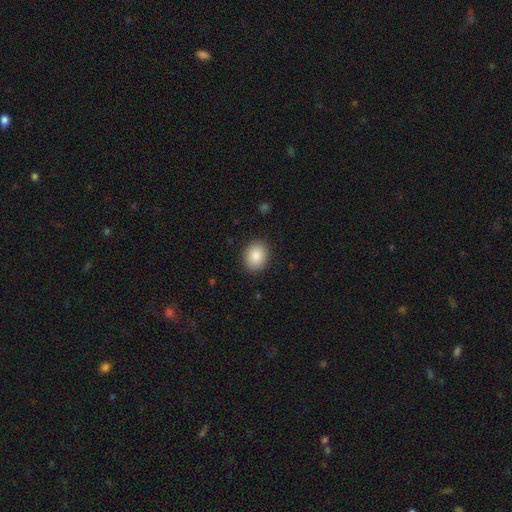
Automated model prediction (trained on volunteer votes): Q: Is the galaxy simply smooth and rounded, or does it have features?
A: smooth — 87%.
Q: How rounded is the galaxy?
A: round — 53%.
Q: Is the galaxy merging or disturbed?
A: none — 89%.